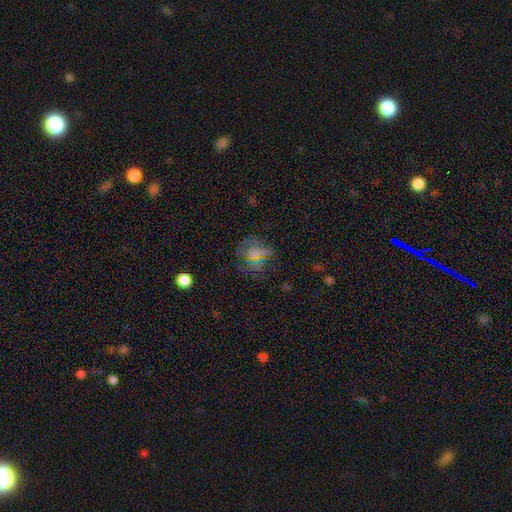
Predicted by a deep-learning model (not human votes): This appears to be a smooth galaxy with no disk features (55%) that is round (72%). Merging: none (64%).